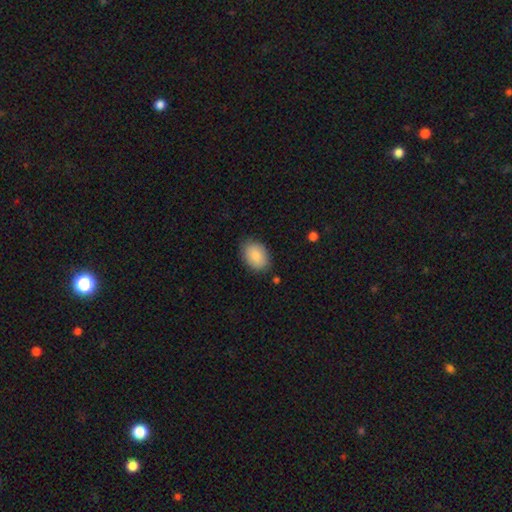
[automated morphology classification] smooth-or-featured: smooth: 88% | star or artifact: 7% | featured or disk: 6%
  how-rounded: in between: 80% | round: 19% | cigar-shaped: 1%
  merging: none: 81% | minor disturbance: 14% | major disturbance: 3% | merger: 1%